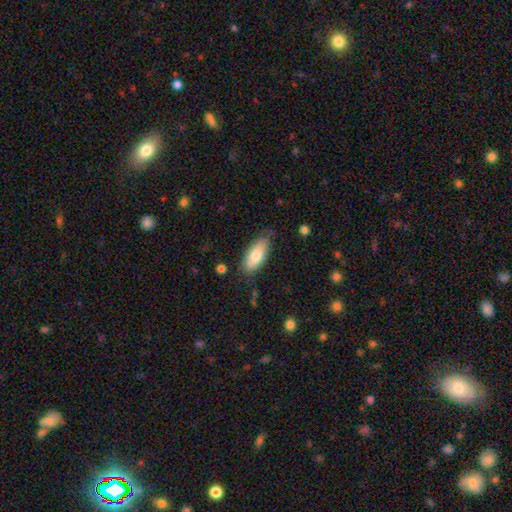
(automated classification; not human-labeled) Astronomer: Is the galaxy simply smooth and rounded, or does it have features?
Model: smooth — 75%.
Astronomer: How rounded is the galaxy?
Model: in between — 82%.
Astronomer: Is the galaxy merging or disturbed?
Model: none — 77%.